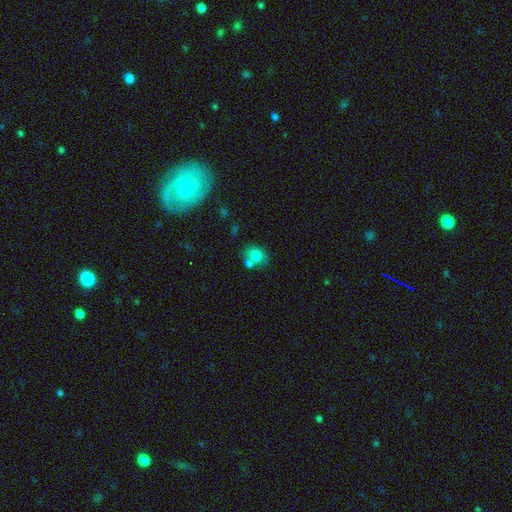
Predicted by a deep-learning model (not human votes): A smooth galaxy with no disk features (77%) that is round (51%).

Vote fractions:
- Smooth or featured? smooth: 77% / featured or disk: 13% / star or artifact: 10%
- How rounded? round: 51% / in between: 48% / cigar-shaped: 1%
- Merging? none: 52% / merger: 31% / minor disturbance: 13% / major disturbance: 4%